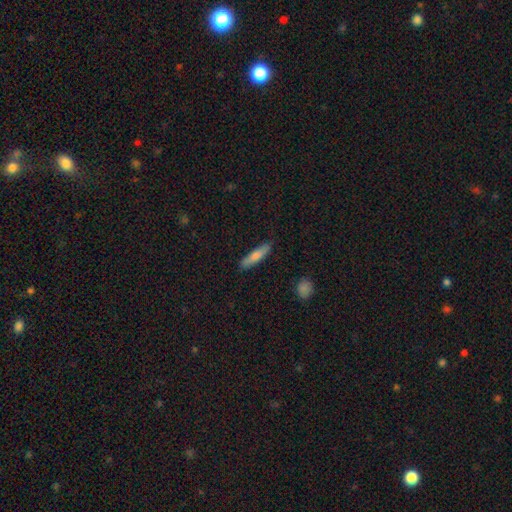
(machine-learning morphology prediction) Smooth or featured? smooth (74%)
How rounded? cigar-shaped (82%)
Merging? none (86%)